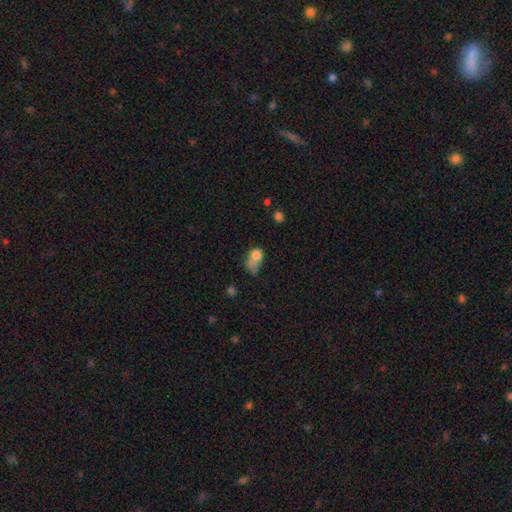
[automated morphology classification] The model was most divided on "merging": merger: 30%, major disturbance: 29%, minor disturbance: 21%, none: 20%. More confident: smooth or featured — smooth (73%); how rounded — in between (60%).